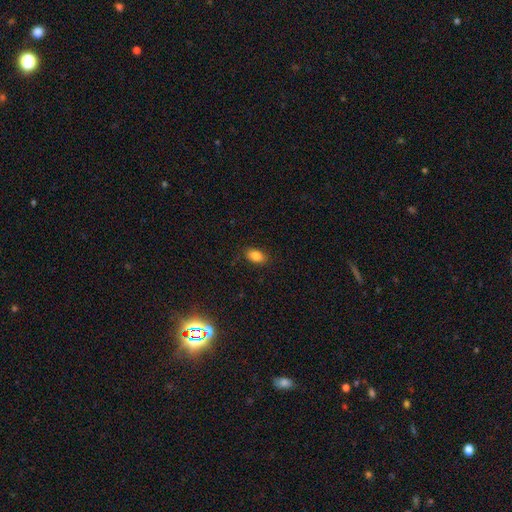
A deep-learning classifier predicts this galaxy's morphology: Smooth or featured? smooth (84%)
How rounded? in between (89%)
Merging? none (87%)